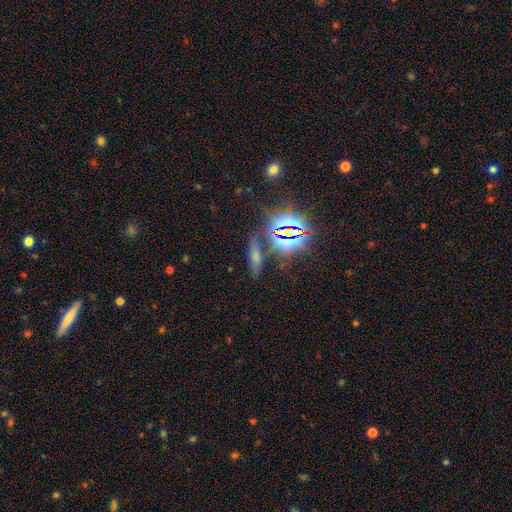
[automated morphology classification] This appears to be a smooth galaxy with no disk features (47%). Merging: none (73%).